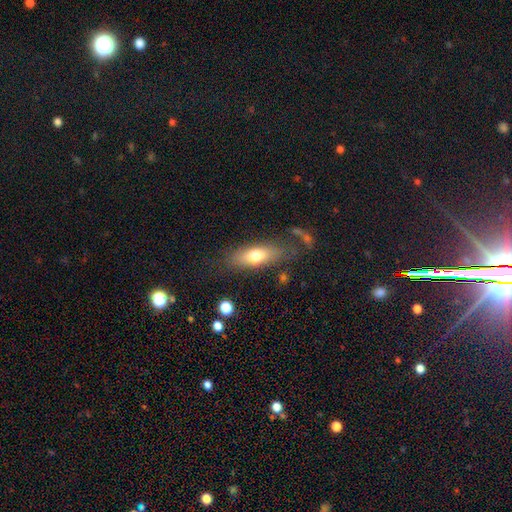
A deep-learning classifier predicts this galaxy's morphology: Q: Smooth or featured?
A: smooth (69%); runner-up: featured or disk (24%)
Q: How rounded?
A: in between (67%); runner-up: cigar-shaped (29%)
Q: Merging?
A: none (68%); runner-up: minor disturbance (18%)